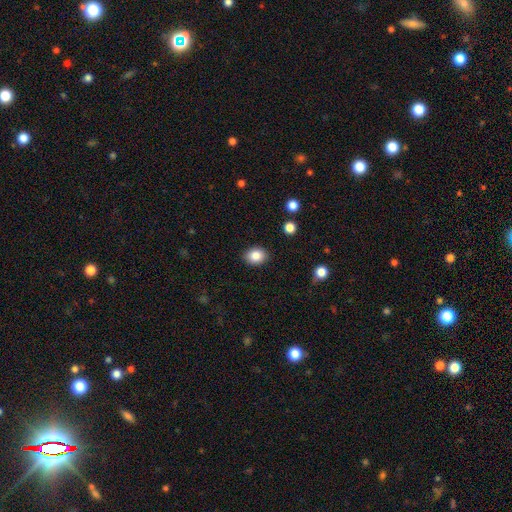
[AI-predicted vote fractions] This is clearly a smooth galaxy (86%). How rounded: possibly in between (57%). Merging: clearly none (89%).